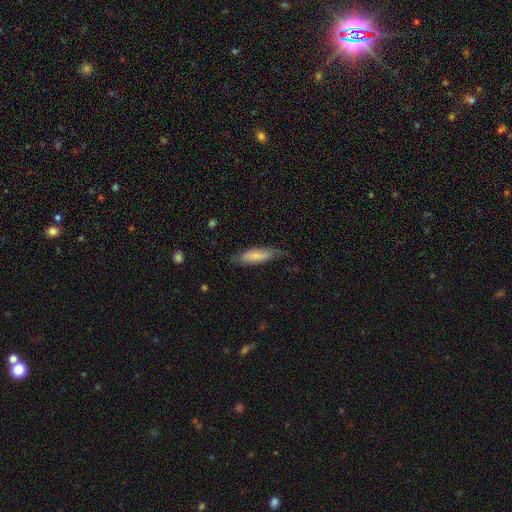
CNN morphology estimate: type=smooth (74%); roundness=cigar-shaped (51%); merging=none (69%).